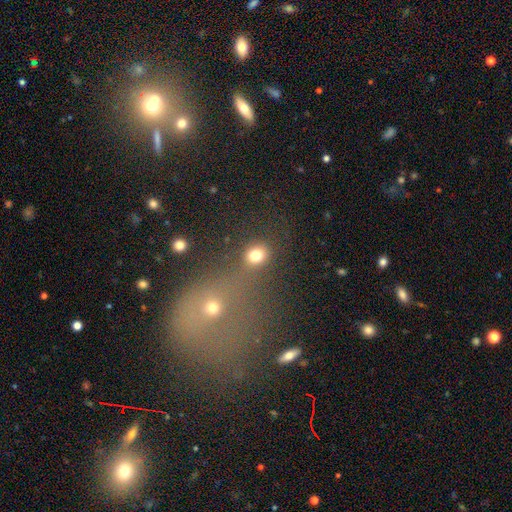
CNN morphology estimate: Overall: smooth (78%). How rounded: round (72%). Merging: none (73%).